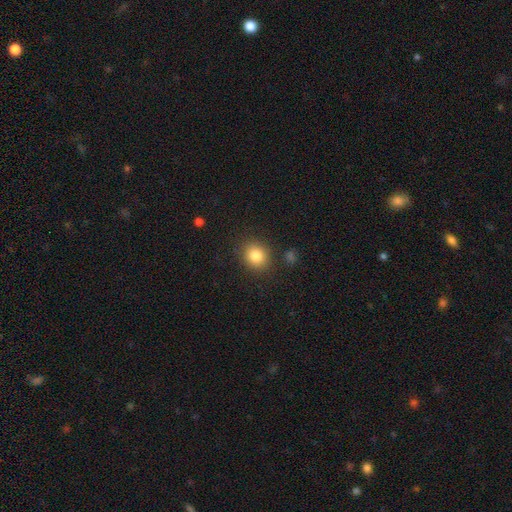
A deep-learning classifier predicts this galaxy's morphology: A smooth galaxy with no disk features (84%) that is round (76%).

Vote fractions:
- Smooth or featured? smooth: 84% / star or artifact: 10% / featured or disk: 6%
- How rounded? round: 76% / in between: 23% / cigar-shaped: 1%
- Merging? none: 86% / minor disturbance: 8% / major disturbance: 3% / merger: 3%